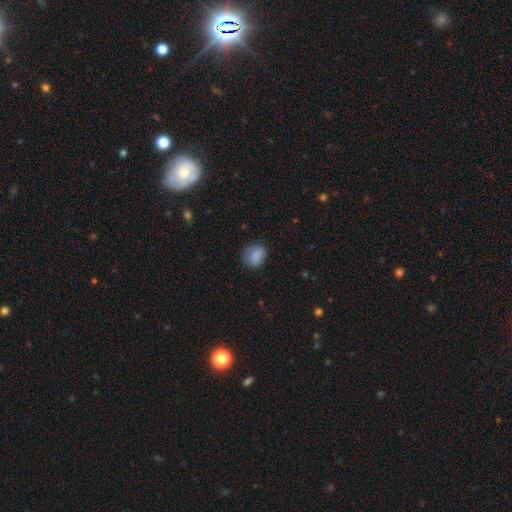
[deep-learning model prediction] The model was most divided on "how rounded": round: 59%, in between: 40%, cigar-shaped: 1%. More confident: smooth or featured — smooth (85%); merging — none (72%).